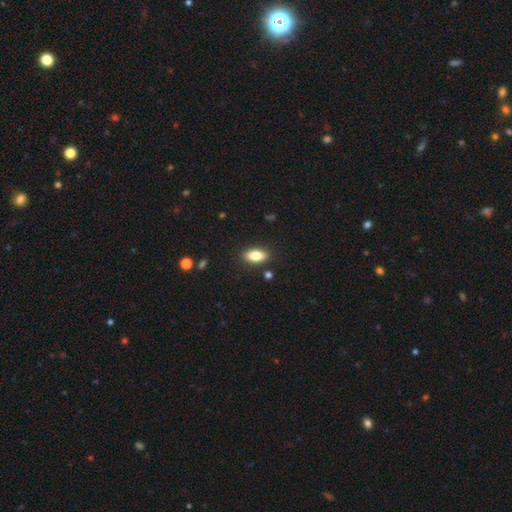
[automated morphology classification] This is likely a smooth galaxy (79%). How rounded: clearly in between (87%). Merging: clearly none (87%).